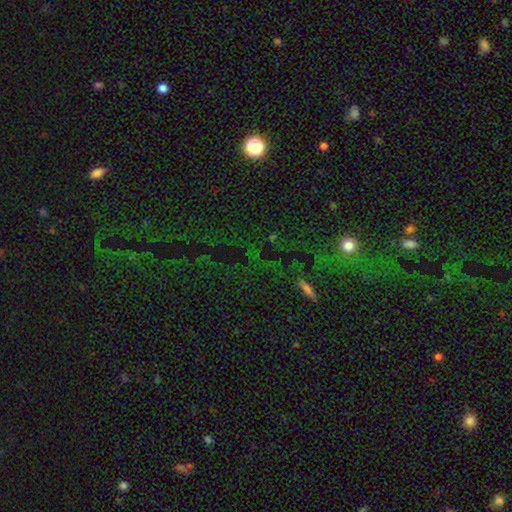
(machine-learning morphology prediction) Smooth or featured: star or artifact — 69% (smooth — 21%)